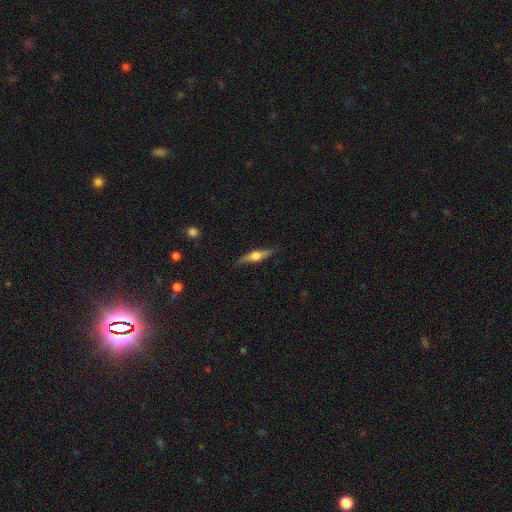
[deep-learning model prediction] This is possibly a featured or disk galaxy (58%). It is clearly viewed edge-on (94%). Edge-on bulge: clearly rounded (92%). Merging: clearly none (83%).